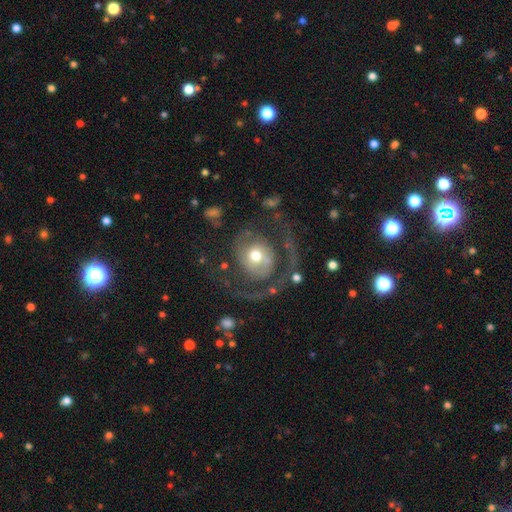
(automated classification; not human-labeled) Smooth or featured? Predicted: featured or disk (p=0.71). Edge-on disk? Predicted: no (p=0.97). Bar? Predicted: no (p=0.72). Spiral arms? Predicted: yes (p=0.78). Spiral winding? Predicted: medium (p=0.40). Spiral arm count? Predicted: 2 (p=0.55). Bulge size? Predicted: moderate (p=0.65). Merging? Predicted: none (p=0.43).